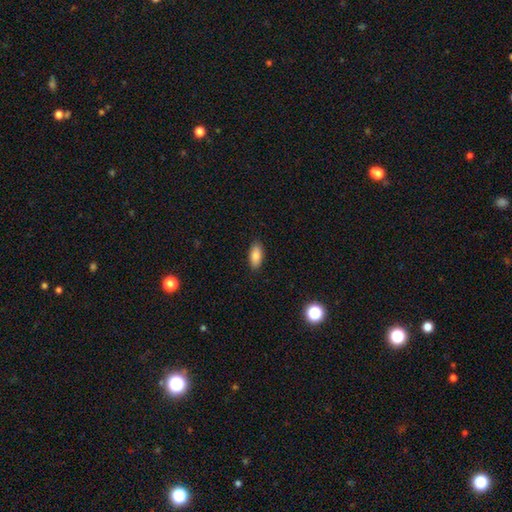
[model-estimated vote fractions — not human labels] Smooth or featured?
  - smooth: 86% *
  - star or artifact: 7%
  - featured or disk: 7%
How rounded?
  - in between: 87% *
  - cigar-shaped: 10%
  - round: 3%
Merging?
  - none: 89% *
  - minor disturbance: 8%
  - major disturbance: 2%
  - merger: 1%